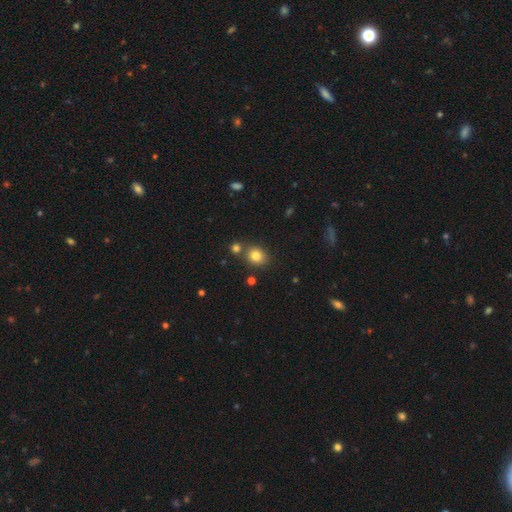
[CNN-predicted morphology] type=smooth (80%); roundness=round (63%); merging=none (71%).